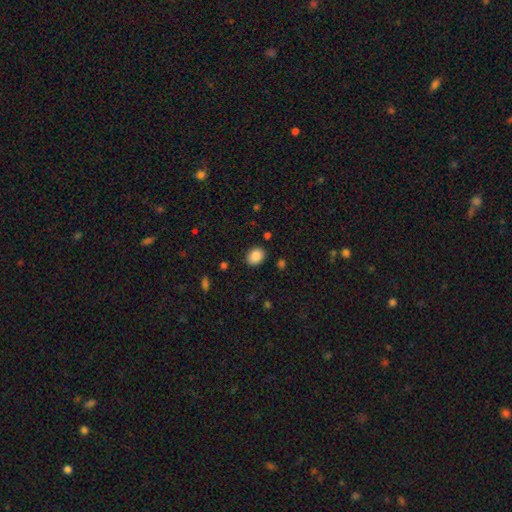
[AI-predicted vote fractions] Smooth or featured: smooth — 87% (star or artifact — 9%)
How rounded: in between — 55% (round — 44%)
Merging: none — 87% (minor disturbance — 9%)